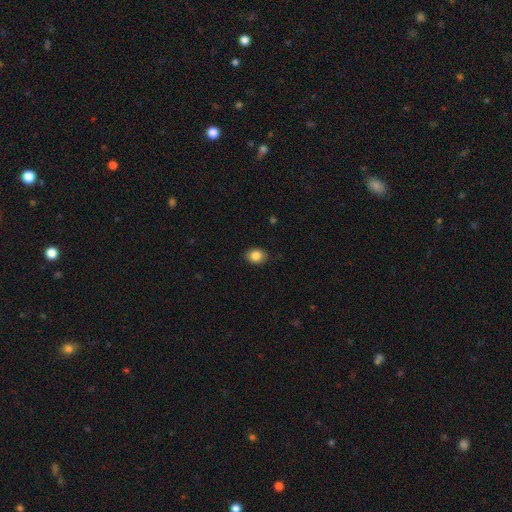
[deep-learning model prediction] A smooth galaxy with no disk features (85%) that is in between round and cigar-shaped (57%).

Vote fractions:
- Smooth or featured? smooth: 85% / star or artifact: 9% / featured or disk: 6%
- How rounded? in between: 57% / round: 42% / cigar-shaped: 1%
- Merging? none: 87% / minor disturbance: 10% / major disturbance: 2% / merger: 1%